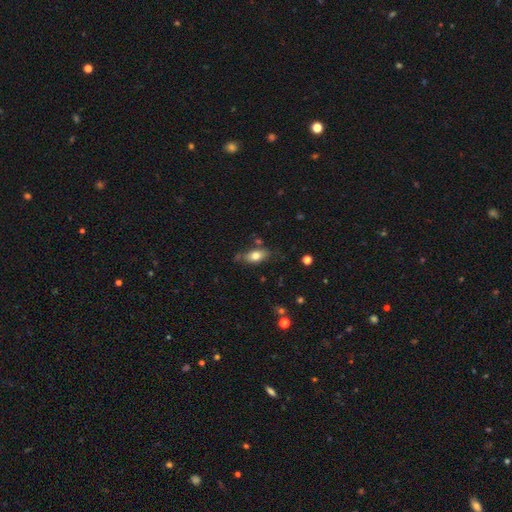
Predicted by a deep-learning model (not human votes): This is likely a smooth galaxy (76%). How rounded: clearly in between (87%). Merging: likely none (70%).